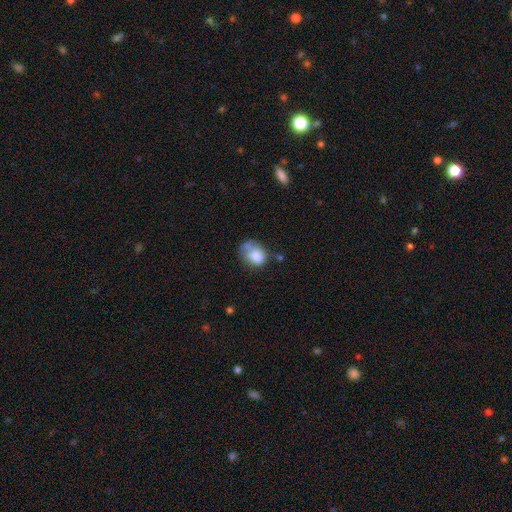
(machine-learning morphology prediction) The model was most divided on "merging": none: 35%, minor disturbance: 29%, major disturbance: 22%, merger: 14%. More confident: smooth or featured — smooth (74%); how rounded — in between (61%).